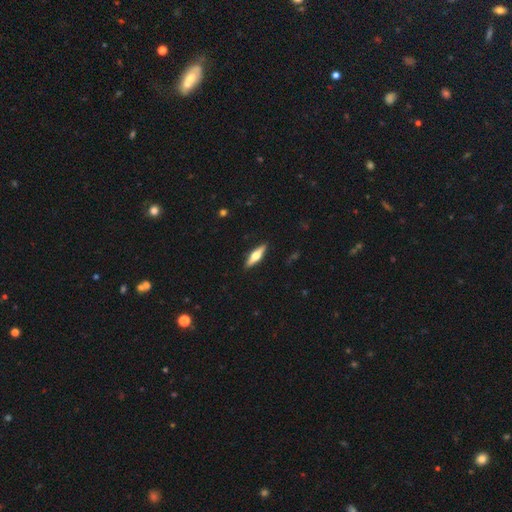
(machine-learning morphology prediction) This appears to be a featured or disk galaxy (58%) viewed edge-on (95%) with a rounded central bulge (94%). Merging: none (91%).